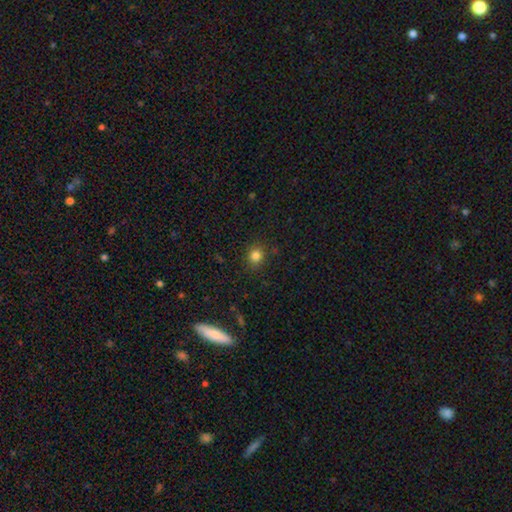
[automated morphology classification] The model was most divided on "how rounded": round: 82%, in between: 17%, cigar-shaped: 1%. More confident: merging — none (88%); smooth or featured — smooth (83%).